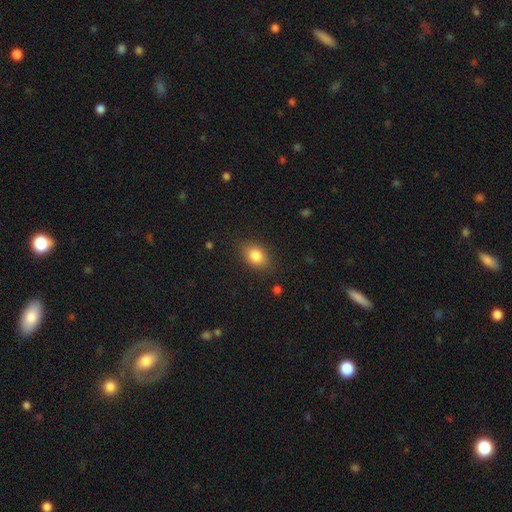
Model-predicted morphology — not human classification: Smooth or featured: smooth — 83% (star or artifact — 9%)
How rounded: in between — 77% (round — 21%)
Merging: none — 83% (minor disturbance — 13%)